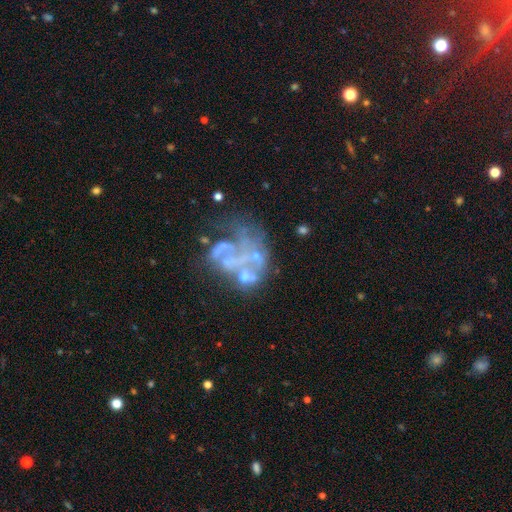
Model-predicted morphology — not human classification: Smooth or featured? Predicted: featured or disk (p=0.63). Edge-on disk? Predicted: no (p=0.98). Bar? Predicted: no (p=0.86). Spiral arms? Predicted: no (p=0.78). Bulge size? Predicted: none (p=0.67). Merging? Predicted: major disturbance (p=0.37).